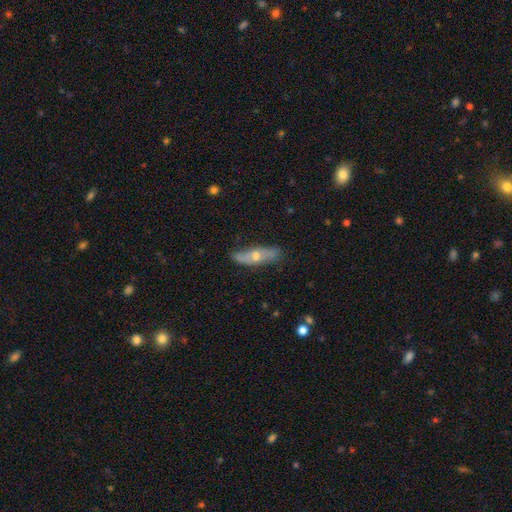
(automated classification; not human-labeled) featured or disk 51%, smooth 42%, star or artifact 7%. Down the decision tree: edge-on disk — yes (64%); merging — none (79%).